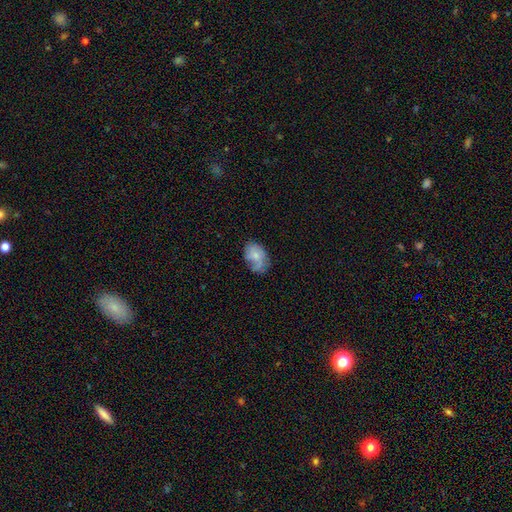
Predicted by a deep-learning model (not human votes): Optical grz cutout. It shows a smooth galaxy with no disk features (59%) that is in between round and cigar-shaped (83%). Merging: none (51%).